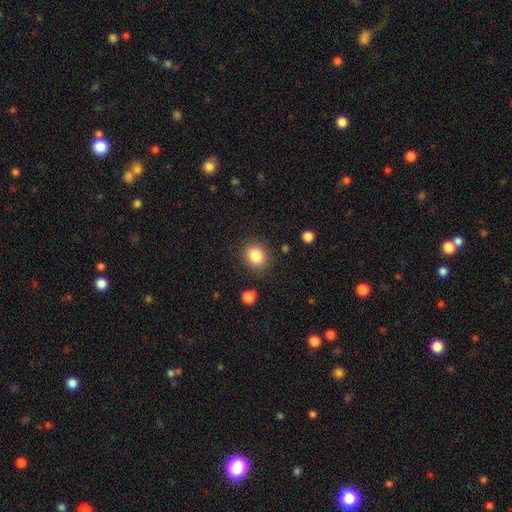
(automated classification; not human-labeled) Smooth or featured?
  - smooth: 85% *
  - star or artifact: 9%
  - featured or disk: 5%
How rounded?
  - round: 64% *
  - in between: 35%
  - cigar-shaped: 1%
Merging?
  - none: 85% *
  - minor disturbance: 9%
  - major disturbance: 3%
  - merger: 2%